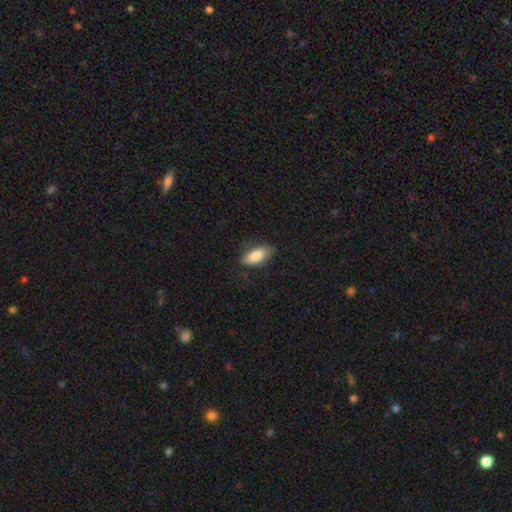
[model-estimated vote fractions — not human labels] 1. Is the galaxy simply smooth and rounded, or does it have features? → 85% smooth, 9% featured or disk, 6% star or artifact.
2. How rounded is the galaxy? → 90% in between, 7% cigar-shaped, 3% round.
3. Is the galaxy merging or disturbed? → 74% none, 20% minor disturbance, 5% major disturbance, 1% merger.